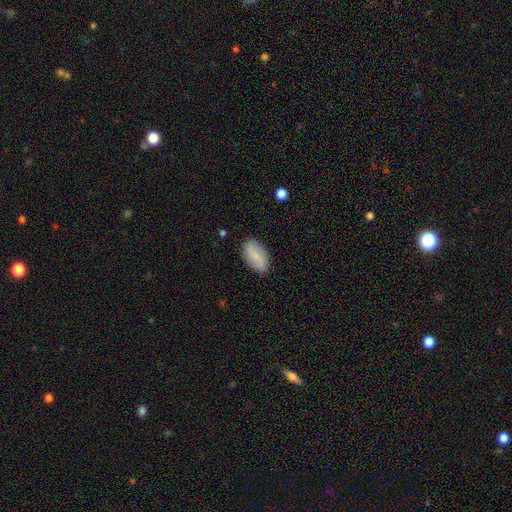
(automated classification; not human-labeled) smooth_or_featured: smooth (p=0.66) [alt: featured or disk p=0.27]
how_rounded: in between (p=0.92) [alt: round p=0.05]
merging: none (p=0.85) [alt: minor disturbance p=0.12]